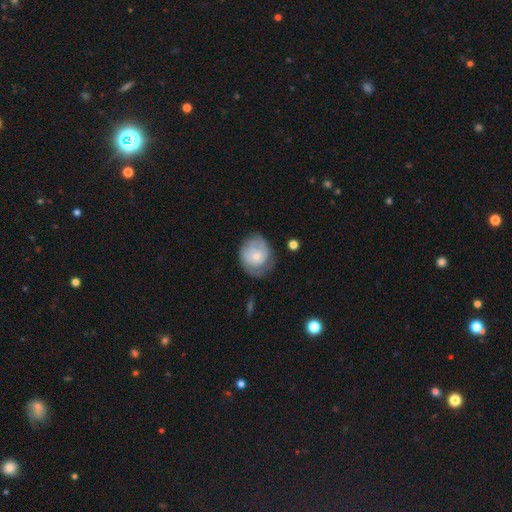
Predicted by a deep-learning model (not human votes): Smooth or featured? featured or disk (48%)
Merging? none (59%)